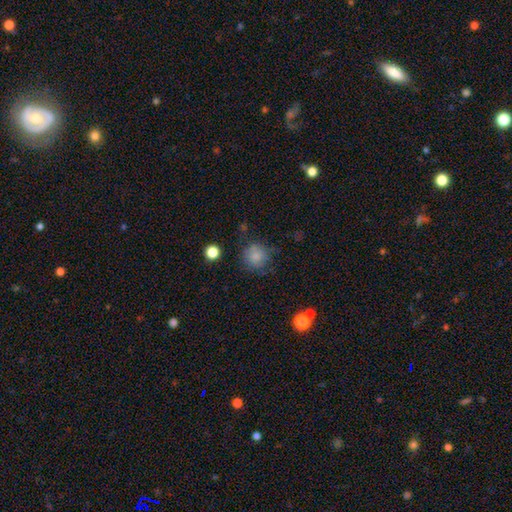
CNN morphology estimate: smooth-or-featured: smooth: 82% | star or artifact: 11% | featured or disk: 7%
  how-rounded: round: 90% | in between: 9% | cigar-shaped: 1%
  merging: none: 72% | minor disturbance: 17% | major disturbance: 6% | merger: 4%